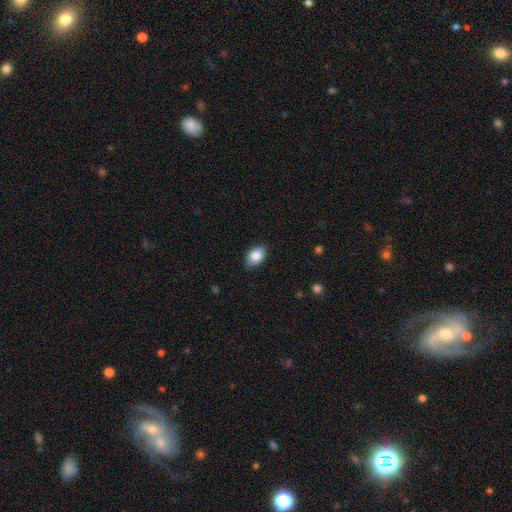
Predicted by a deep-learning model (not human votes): The model was most divided on "merging": none: 83%, minor disturbance: 13%, major disturbance: 2%, merger: 1%. More confident: how rounded — in between (89%); smooth or featured — smooth (86%).